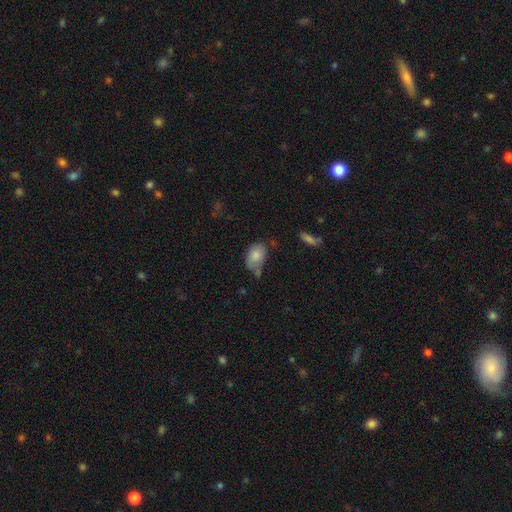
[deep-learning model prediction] Q: Smooth or featured?
A: smooth (83%); runner-up: featured or disk (9%)
Q: How rounded?
A: in between (85%); runner-up: round (14%)
Q: Merging?
A: none (47%); runner-up: minor disturbance (31%)